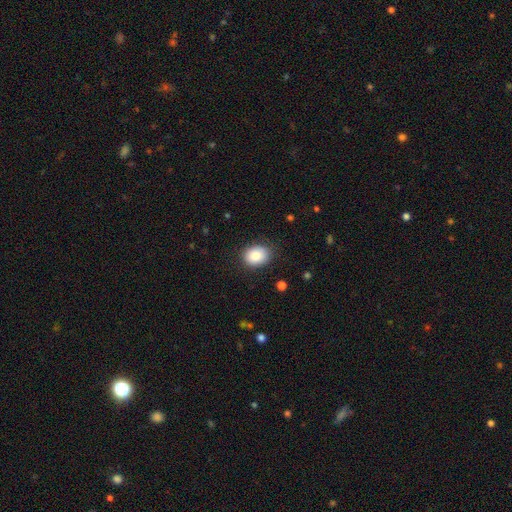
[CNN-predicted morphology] Smooth or featured? smooth (87%)
How rounded? in between (62%)
Merging? none (83%)